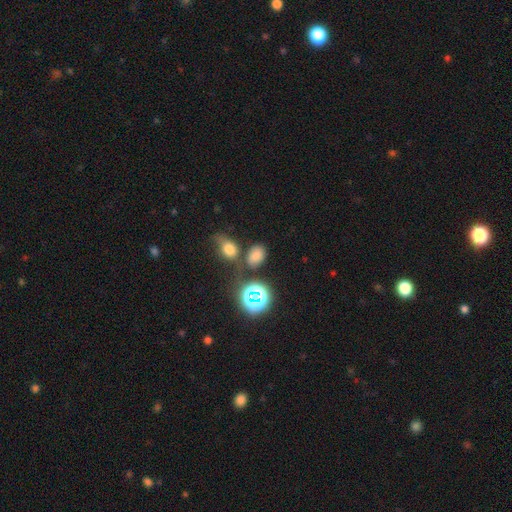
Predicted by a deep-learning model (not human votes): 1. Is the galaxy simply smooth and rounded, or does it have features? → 69% smooth, 23% star or artifact, 8% featured or disk.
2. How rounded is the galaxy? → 78% in between, 21% round, 1% cigar-shaped.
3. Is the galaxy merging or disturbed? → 64% none, 17% merger, 14% minor disturbance, 6% major disturbance.